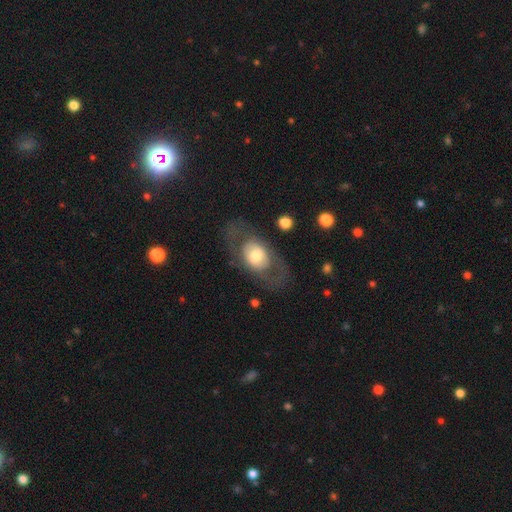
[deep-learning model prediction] smooth-or-featured: featured or disk: 49% | smooth: 45% | star or artifact: 6%
  merging: none: 72% | minor disturbance: 13% | major disturbance: 13% | merger: 2%